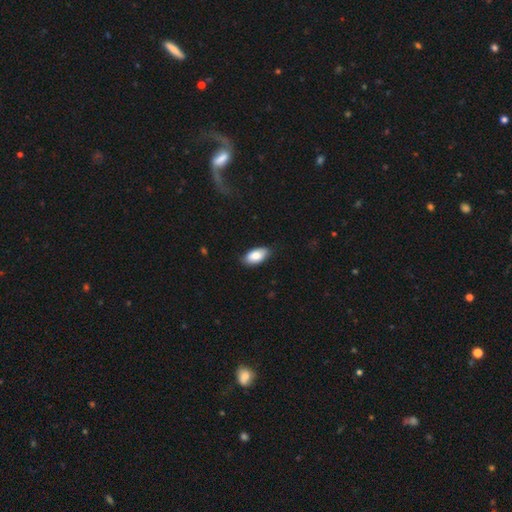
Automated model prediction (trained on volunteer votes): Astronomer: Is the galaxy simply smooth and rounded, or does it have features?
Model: smooth — 83%.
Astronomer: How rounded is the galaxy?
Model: in between — 94%.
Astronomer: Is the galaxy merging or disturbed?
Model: none — 84%.